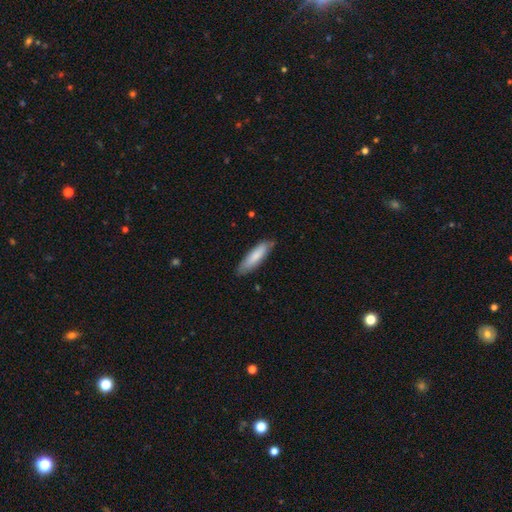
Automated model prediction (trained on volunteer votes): Smooth or featured: smooth — 79% (featured or disk — 15%)
How rounded: cigar-shaped — 67% (in between — 31%)
Merging: none — 80% (minor disturbance — 16%)